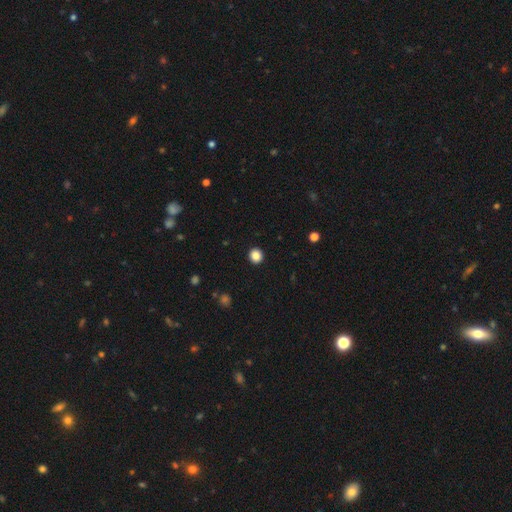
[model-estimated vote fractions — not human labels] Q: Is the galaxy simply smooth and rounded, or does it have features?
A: smooth — 86%.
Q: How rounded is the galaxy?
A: round — 91%.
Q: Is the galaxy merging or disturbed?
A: none — 93%.